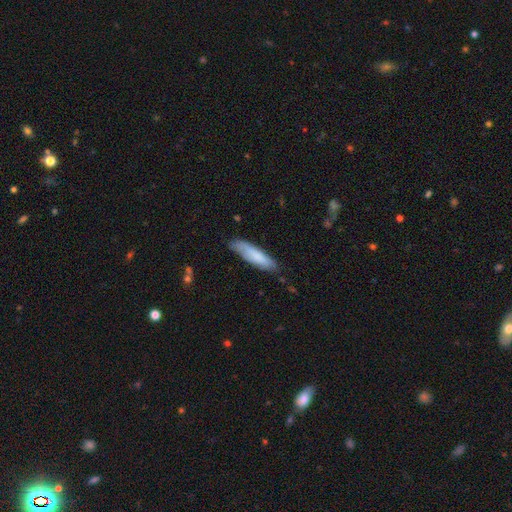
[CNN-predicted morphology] Smooth or featured? smooth (76%)
How rounded? cigar-shaped (71%)
Merging? none (74%)